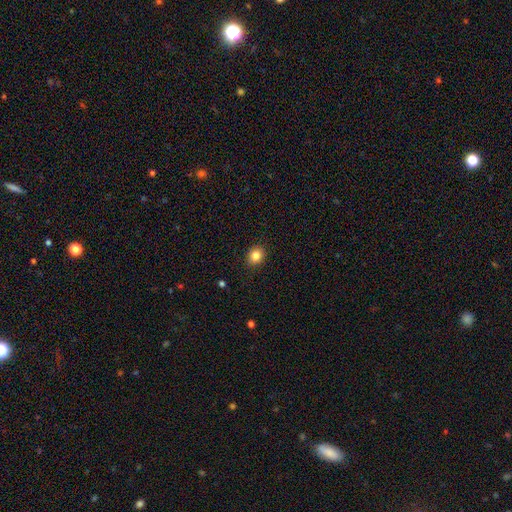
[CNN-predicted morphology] Q: Smooth or featured?
A: smooth (84%); runner-up: star or artifact (10%)
Q: How rounded?
A: round (69%); runner-up: in between (30%)
Q: Merging?
A: none (90%); runner-up: minor disturbance (7%)